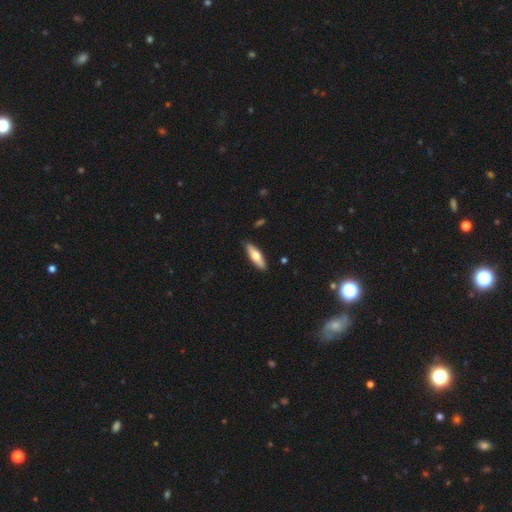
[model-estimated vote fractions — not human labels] smooth-or-featured: smooth: 60% | featured or disk: 35% | star or artifact: 5%
  how-rounded: cigar-shaped: 58% | in between: 40% | round: 2%
  merging: none: 89% | minor disturbance: 8% | major disturbance: 2% | merger: 1%